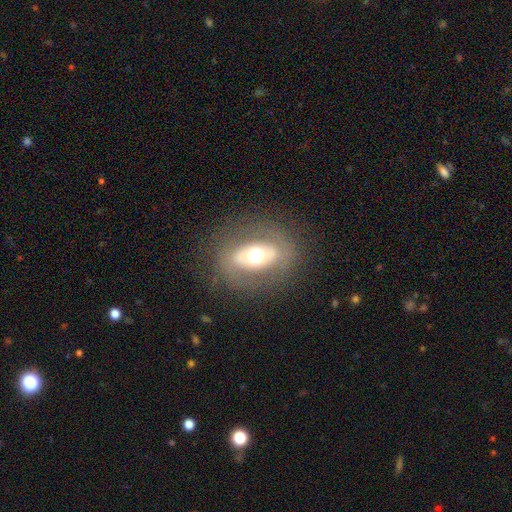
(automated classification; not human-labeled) A featured or disk galaxy (47%). Merging: none (79%).